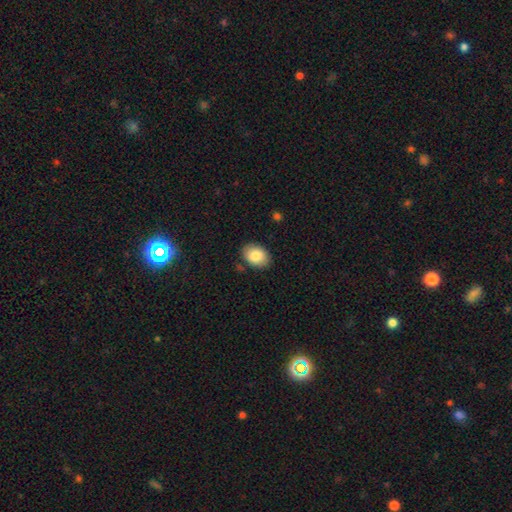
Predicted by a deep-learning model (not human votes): The model was most divided on "how rounded": in between: 75%, round: 24%, cigar-shaped: 1%. More confident: merging — none (85%); smooth or featured — smooth (84%).